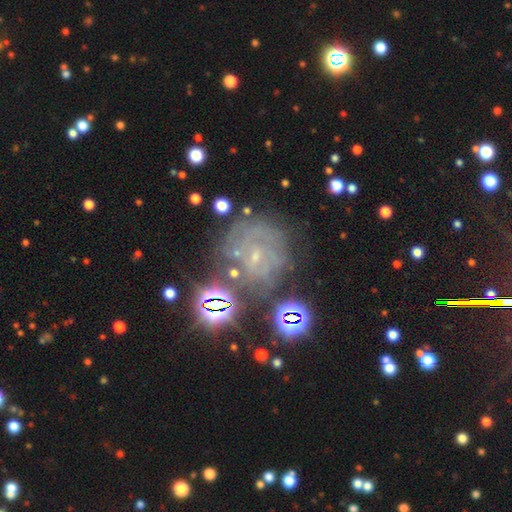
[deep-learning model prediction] The model was most divided on "bar": no: 54%, weak: 34%, strong: 12%. More confident: edge-on disk — no (96%); spiral arms — yes (84%); bulge size — small (79%); merging — none (66%); smooth or featured — featured or disk (56%).